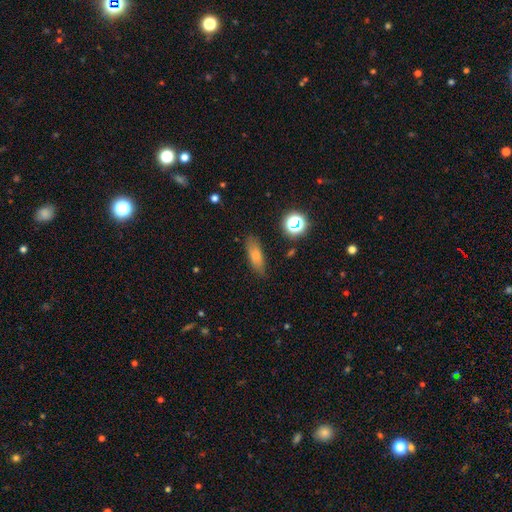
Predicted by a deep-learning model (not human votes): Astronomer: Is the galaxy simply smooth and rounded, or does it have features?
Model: smooth — 76%.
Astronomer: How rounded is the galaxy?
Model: in between — 62%.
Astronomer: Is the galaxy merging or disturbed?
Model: none — 80%.